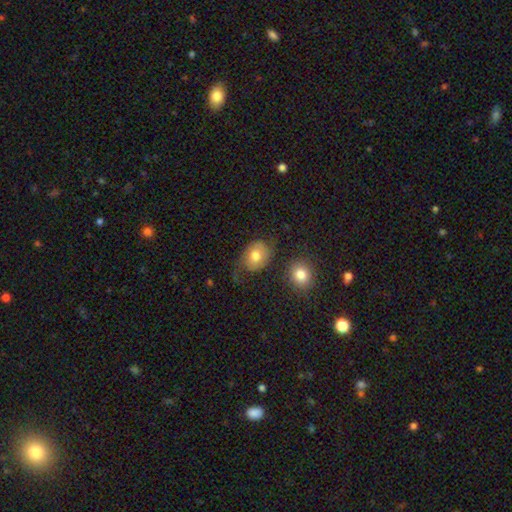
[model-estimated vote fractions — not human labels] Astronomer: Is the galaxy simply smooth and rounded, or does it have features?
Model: smooth — 72%.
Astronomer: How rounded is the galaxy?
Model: in between — 50% (runner-up: round, 49%).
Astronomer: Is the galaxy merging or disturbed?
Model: none — 56%.